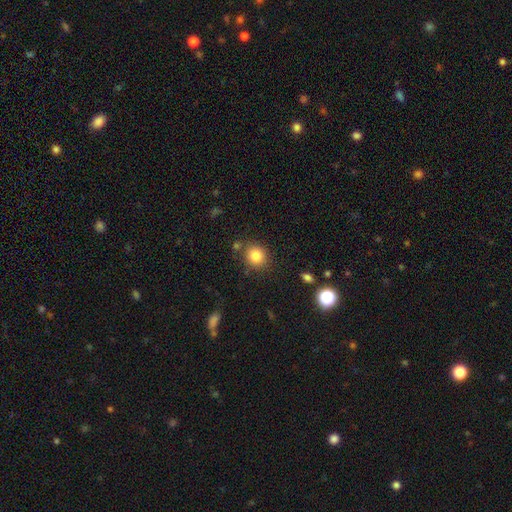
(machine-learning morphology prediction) This is clearly a smooth galaxy (83%). How rounded: clearly round (85%). Merging: clearly none (81%).